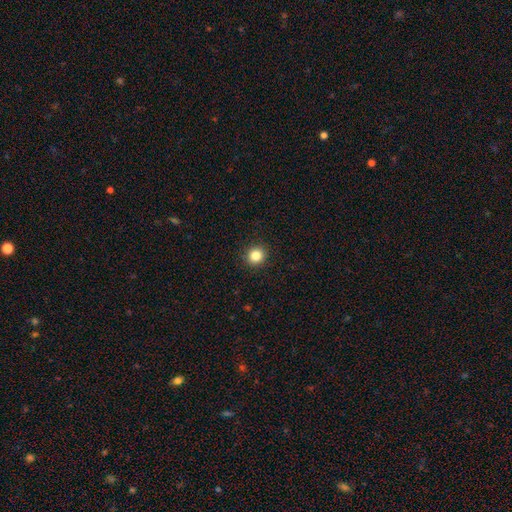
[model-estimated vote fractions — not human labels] The model was most divided on "smooth or featured": smooth: 85%, star or artifact: 11%, featured or disk: 4%. More confident: merging — none (92%); how rounded — round (91%).